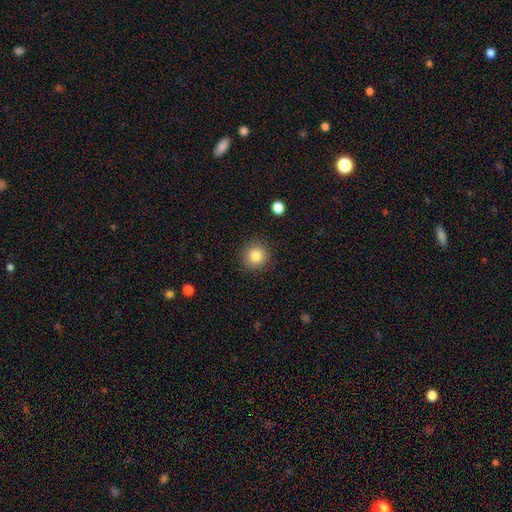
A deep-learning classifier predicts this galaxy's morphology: Overall: smooth (84%). How rounded: round (93%). Merging: none (89%).